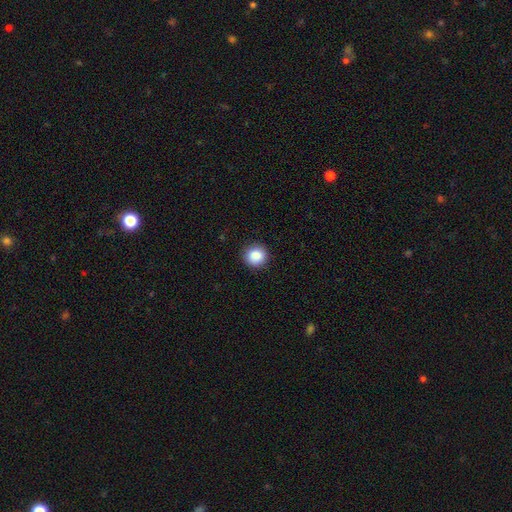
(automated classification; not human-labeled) Smooth or featured? smooth (87%)
How rounded? round (92%)
Merging? none (91%)